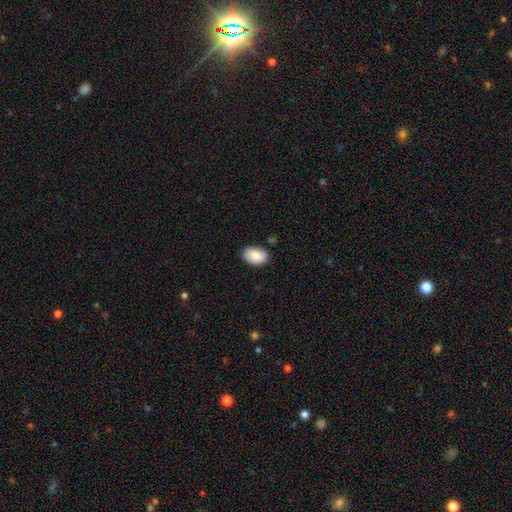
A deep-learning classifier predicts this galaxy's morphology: Smooth or featured? Predicted: smooth (p=0.87). How rounded? Predicted: in between (p=0.90). Merging? Predicted: none (p=0.83).